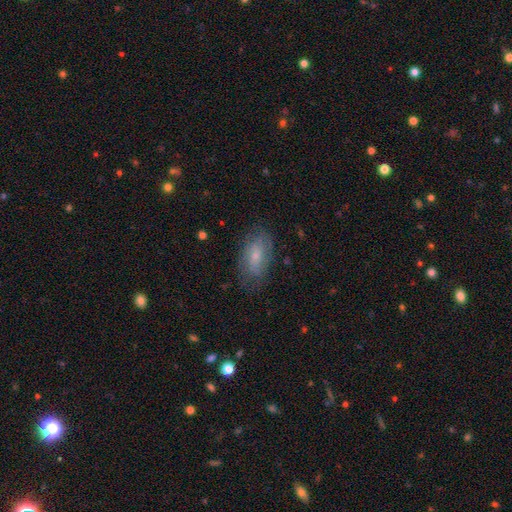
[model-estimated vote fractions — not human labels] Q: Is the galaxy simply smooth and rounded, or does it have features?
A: smooth — 53%.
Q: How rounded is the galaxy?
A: in between — 91%.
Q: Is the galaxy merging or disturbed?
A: none — 72%.